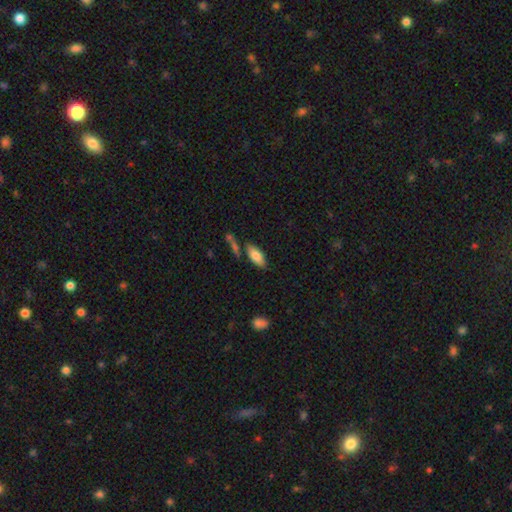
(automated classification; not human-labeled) Smooth or featured: smooth — 81% (featured or disk — 13%)
How rounded: in between — 83% (cigar-shaped — 15%)
Merging: none — 70% (minor disturbance — 16%)